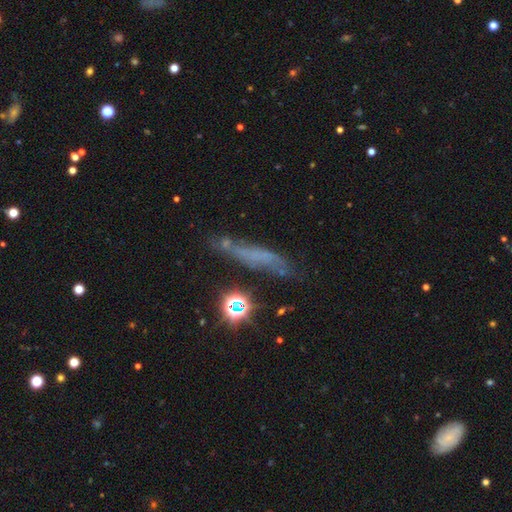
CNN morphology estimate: Q: Smooth or featured?
A: smooth (41%); tied with: featured or disk (41%)
Q: Merging?
A: none (58%); runner-up: minor disturbance (23%)